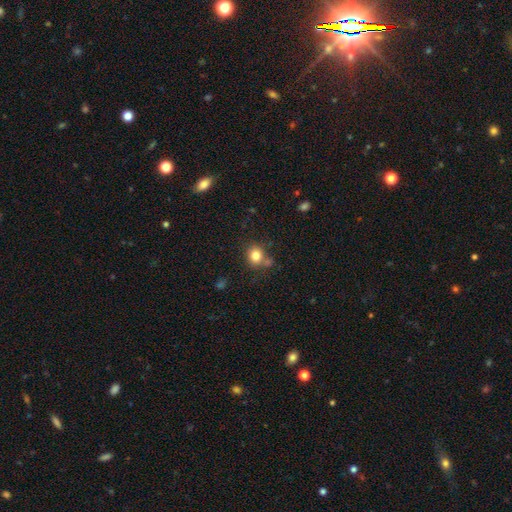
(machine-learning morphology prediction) The model was most divided on "how rounded": round: 73%, in between: 26%, cigar-shaped: 1%. More confident: smooth or featured — smooth (82%); merging — none (67%).